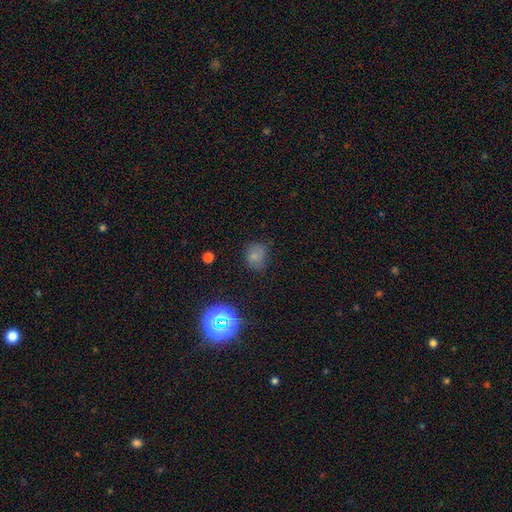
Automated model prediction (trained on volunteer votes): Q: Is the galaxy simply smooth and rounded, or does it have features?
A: smooth — 67%.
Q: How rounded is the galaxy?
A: round — 65%.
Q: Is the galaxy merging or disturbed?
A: none — 66%.